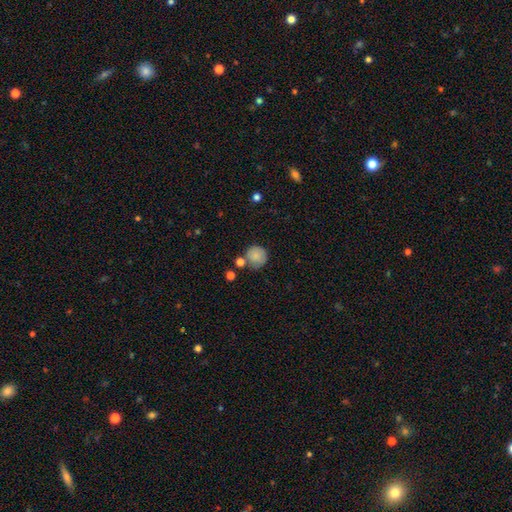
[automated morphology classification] A smooth galaxy with no disk features (82%) that is round (91%).

Vote fractions:
- Smooth or featured? smooth: 82% / star or artifact: 9% / featured or disk: 9%
- How rounded? round: 91% / in between: 9% / cigar-shaped: 1%
- Merging? none: 65% / minor disturbance: 18% / merger: 12% / major disturbance: 5%